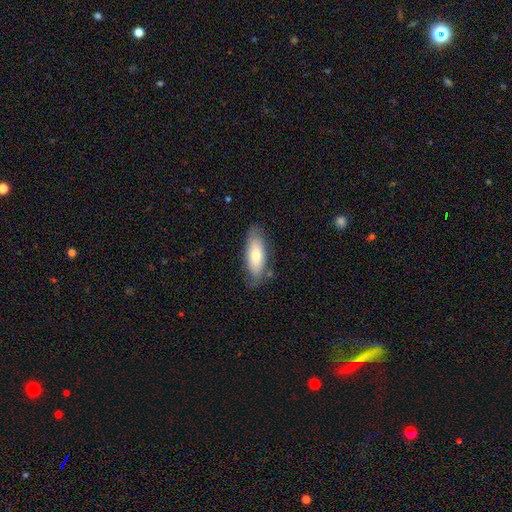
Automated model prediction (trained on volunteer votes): Morphology: type=smooth (68%); roundness=in between (73%); merging=none (77%).